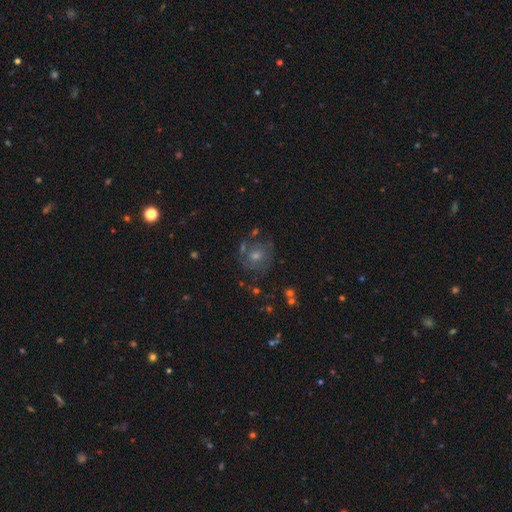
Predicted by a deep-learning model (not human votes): Smooth or featured? Predicted: featured or disk (p=0.52). Edge-on disk? Predicted: no (p=0.97). Bar? Predicted: no (p=0.77). Spiral arms? Predicted: yes (p=0.73). Bulge size? Predicted: moderate (p=0.58). Merging? Predicted: none (p=0.71).